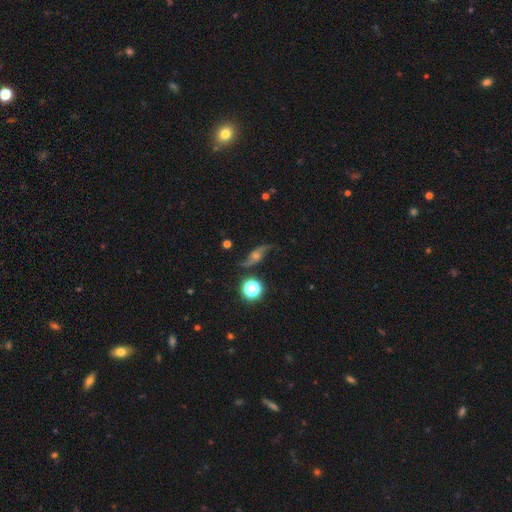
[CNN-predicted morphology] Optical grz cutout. It shows a featured or disk galaxy (71%) with no bar (65%), 2 (91%) loose (76%) spiral arms (93%) and a moderate central bulge (53%). Merging: none (76%).